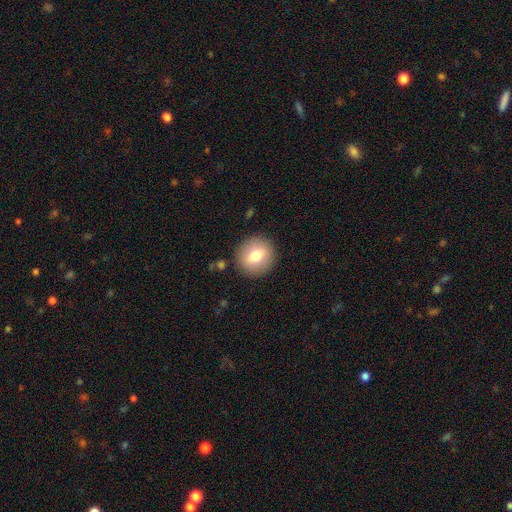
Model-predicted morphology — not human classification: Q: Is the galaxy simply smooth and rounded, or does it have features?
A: smooth — 70%.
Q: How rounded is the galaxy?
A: round — 89%.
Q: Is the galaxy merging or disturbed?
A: none — 89%.